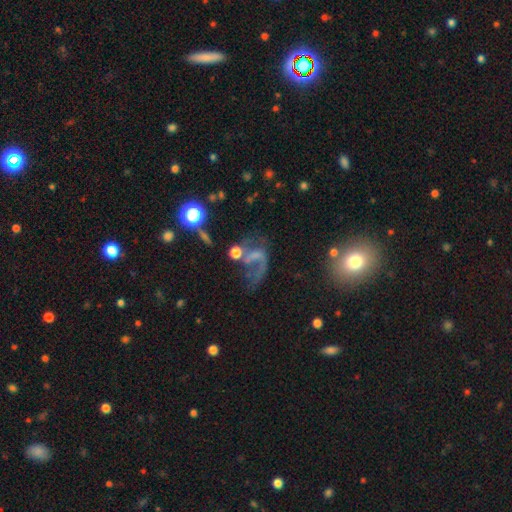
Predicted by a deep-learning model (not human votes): Smooth or featured? featured or disk (56%)
Edge-on disk? no (95%)
Bar? no (51%)
Spiral arms? yes (69%)
Bulge size? none (46%)
Merging? major disturbance (39%)